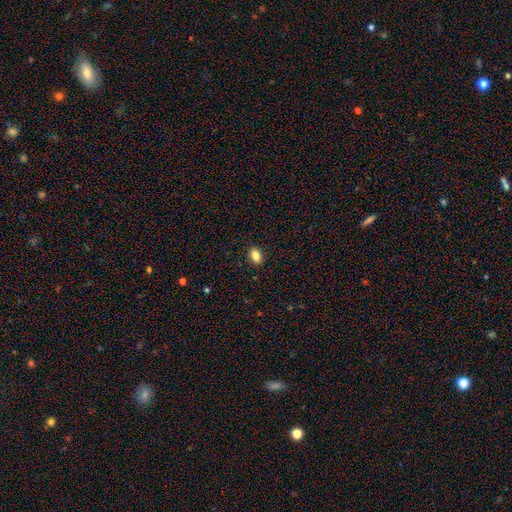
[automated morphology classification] smooth 84%, star or artifact 9%, featured or disk 7%. Down the decision tree: how rounded — in between (86%); merging — none (90%).